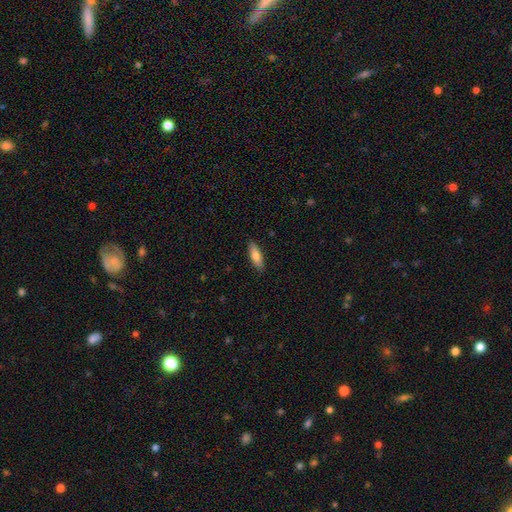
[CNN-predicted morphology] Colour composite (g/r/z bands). It shows a smooth galaxy with no disk features (77%) that is in between round and cigar-shaped (53%). Merging: none (89%).